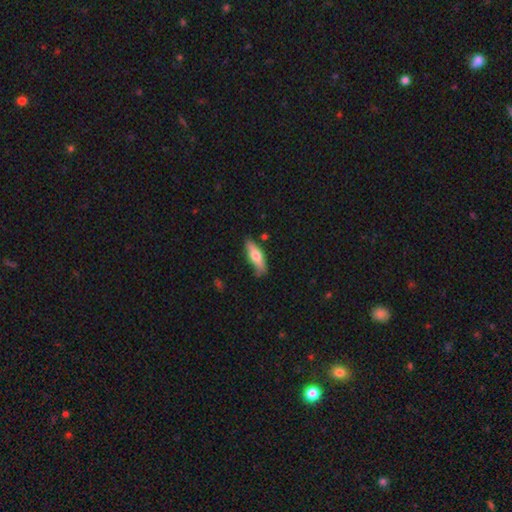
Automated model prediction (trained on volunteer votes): Smooth or featured?
  - smooth: 62% *
  - featured or disk: 33%
  - star or artifact: 6%
How rounded?
  - cigar-shaped: 50% *
  - in between: 48%
  - round: 2%
Merging?
  - none: 77% *
  - minor disturbance: 17%
  - major disturbance: 3%
  - merger: 3%